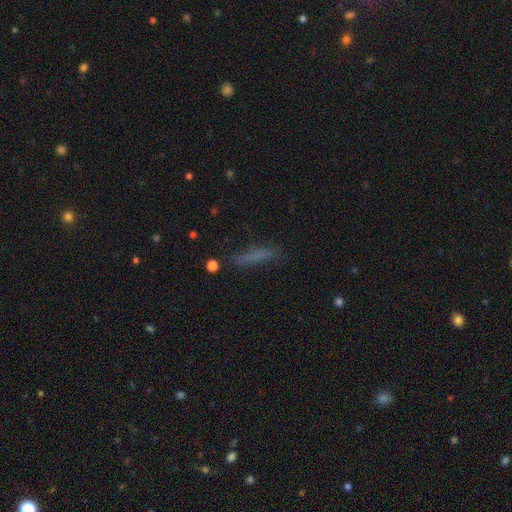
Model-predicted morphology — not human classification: The model was most divided on "smooth or featured": smooth: 68%, featured or disk: 19%, star or artifact: 12%. More confident: how rounded — cigar-shaped (88%); merging — none (77%).